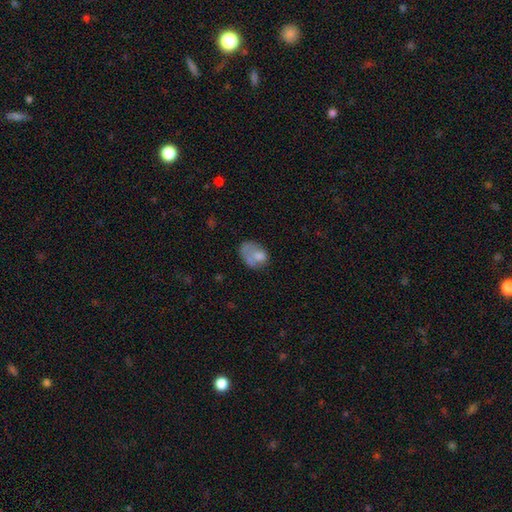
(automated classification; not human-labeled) smooth 64%, featured or disk 27%, star or artifact 9%. Down the decision tree: how rounded — in between (75%); merging — none (32%, tied with major disturbance).